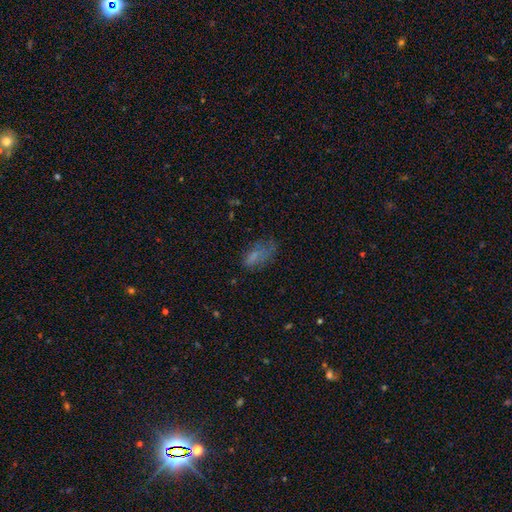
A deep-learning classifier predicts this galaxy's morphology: A smooth galaxy with no disk features (65%) that is in between round and cigar-shaped (85%). Merging: none (43%).